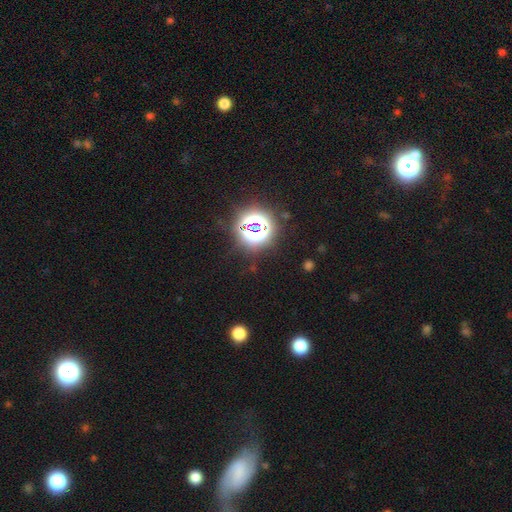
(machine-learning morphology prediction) type=star or artifact (77%).